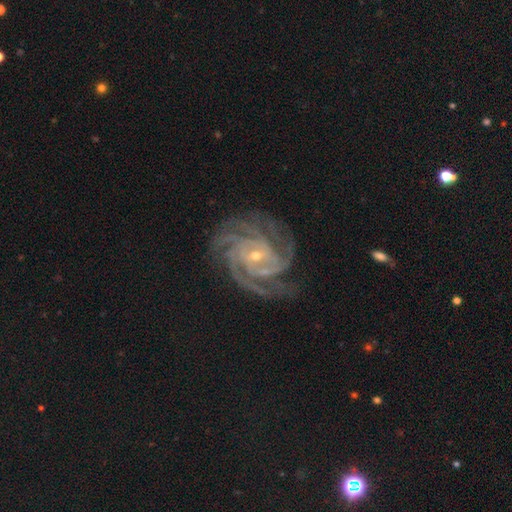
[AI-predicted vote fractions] Smooth or featured? Predicted: featured or disk (p=0.92). Edge-on disk? Predicted: no (p=0.98). Bar? Predicted: no (p=0.47). Spiral arms? Predicted: yes (p=0.99). Spiral winding? Predicted: tight (p=0.70). Spiral arm count? Predicted: 4 (p=0.43). Bulge size? Predicted: small (p=0.70). Merging? Predicted: none (p=0.77).